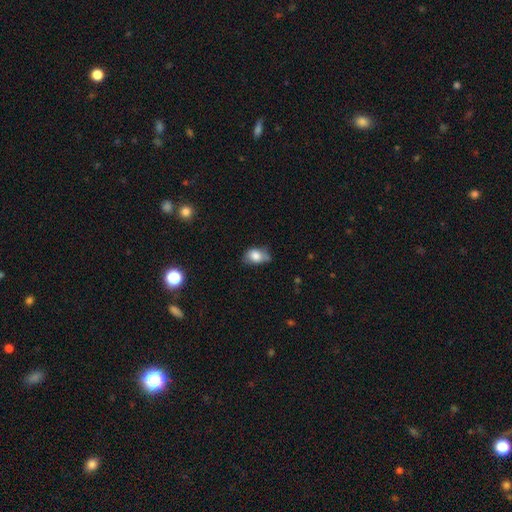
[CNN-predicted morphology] Smooth or featured?
  - smooth: 76% *
  - featured or disk: 15%
  - star or artifact: 9%
How rounded?
  - in between: 74% *
  - round: 24%
  - cigar-shaped: 2%
Merging?
  - minor disturbance: 41% *
  - none: 40%
  - major disturbance: 13%
  - merger: 5%